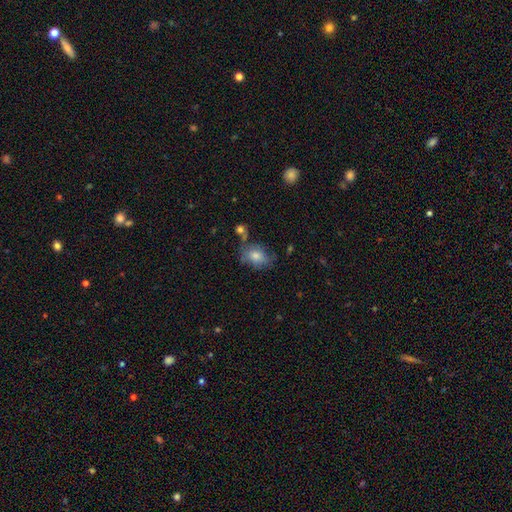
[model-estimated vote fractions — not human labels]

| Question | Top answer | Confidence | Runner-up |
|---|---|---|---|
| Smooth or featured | smooth | 68% | featured or disk (21%) |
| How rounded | in between | 70% | round (28%) |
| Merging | none | 58% | minor disturbance (25%) |